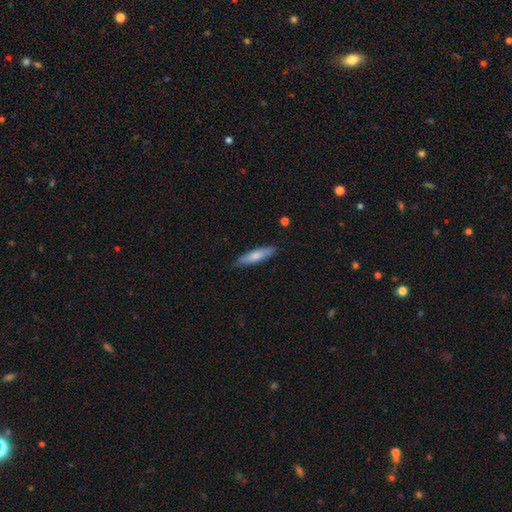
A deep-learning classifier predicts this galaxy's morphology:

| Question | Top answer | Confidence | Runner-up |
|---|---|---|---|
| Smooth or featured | smooth | 72% | featured or disk (23%) |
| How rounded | cigar-shaped | 74% | in between (24%) |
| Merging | none | 83% | minor disturbance (14%) |